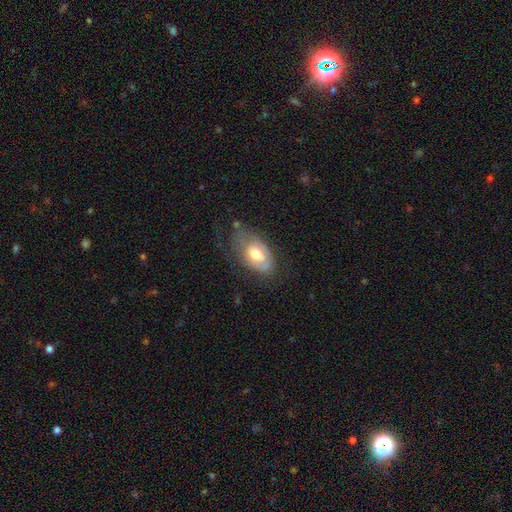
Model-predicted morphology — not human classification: Smooth or featured?
  - smooth: 49% *
  - featured or disk: 42%
  - star or artifact: 10%
Merging?
  - none: 59% *
  - minor disturbance: 28%
  - major disturbance: 12%
  - merger: 2%